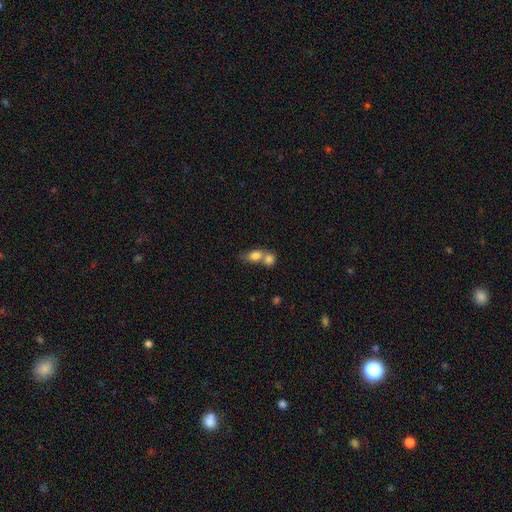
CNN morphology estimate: This appears to be a smooth galaxy with no disk features (79%) that is in between round and cigar-shaped (61%). Merging: merger (66%).